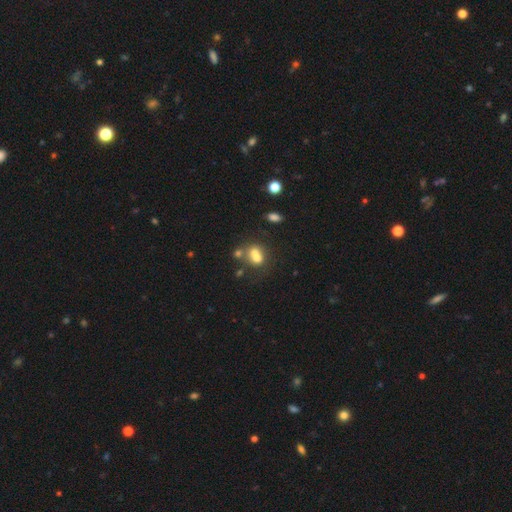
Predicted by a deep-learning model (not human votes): Smooth or featured? Predicted: smooth (p=0.64). How rounded? Predicted: round (p=0.56). Merging? Predicted: merger (p=0.57).